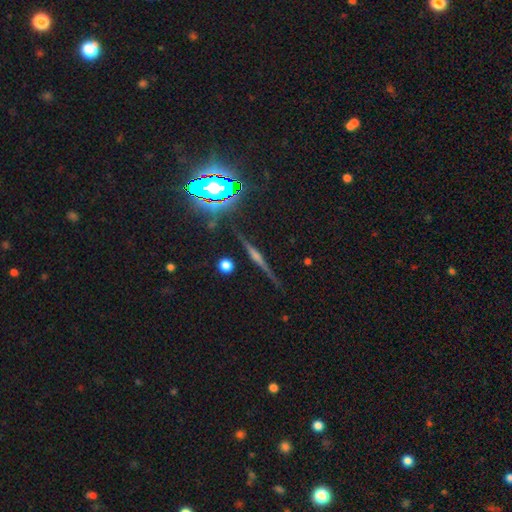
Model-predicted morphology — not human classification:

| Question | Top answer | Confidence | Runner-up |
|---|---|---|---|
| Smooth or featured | featured or disk | 69% | star or artifact (18%) |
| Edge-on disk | yes | 96% | no (4%) |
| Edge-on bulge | rounded | 64% | boxy (19%) |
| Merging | none | 85% | minor disturbance (10%) |